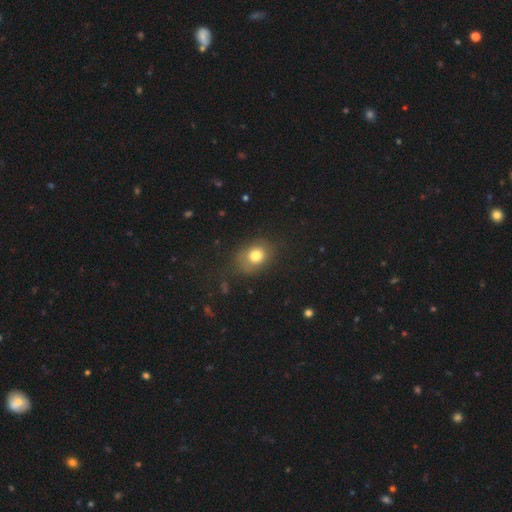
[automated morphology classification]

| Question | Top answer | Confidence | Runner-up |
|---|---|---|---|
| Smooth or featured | smooth | 77% | featured or disk (12%) |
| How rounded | in between | 52% | round (47%) |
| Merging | none | 72% | minor disturbance (18%) |